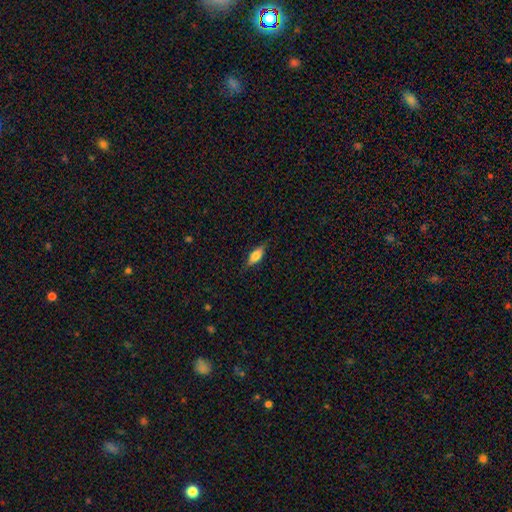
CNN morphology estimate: A smooth galaxy with no disk features (67%) that is in between round and cigar-shaped (69%). Merging: none (80%).